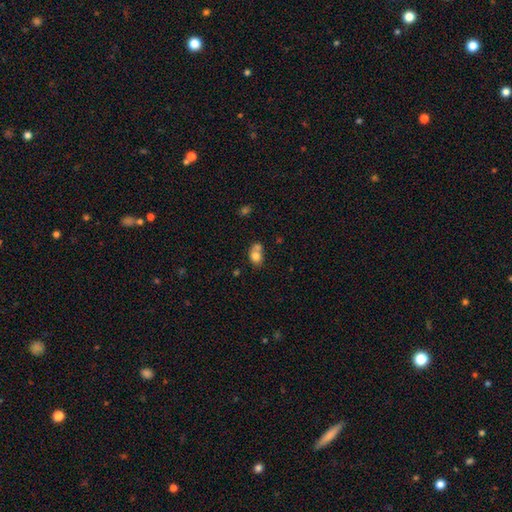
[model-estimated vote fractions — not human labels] A smooth galaxy with no disk features (77%) that is round (53%).

Vote fractions:
- Smooth or featured? smooth: 77% / featured or disk: 14% / star or artifact: 10%
- How rounded? round: 53% / in between: 46% / cigar-shaped: 1%
- Merging? merger: 51% / none: 34% / minor disturbance: 11% / major disturbance: 4%